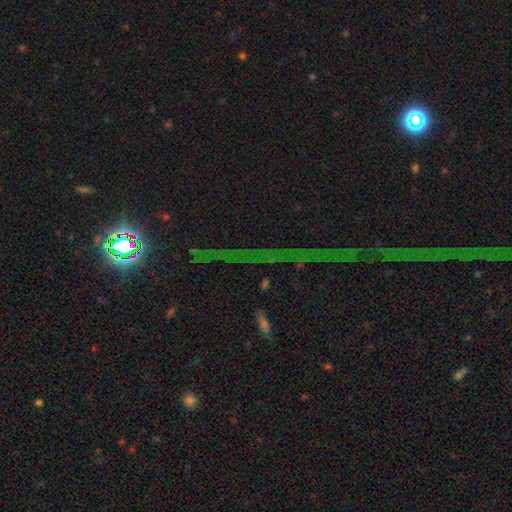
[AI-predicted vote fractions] This appears to be a star or artifact, not a galaxy (79%).